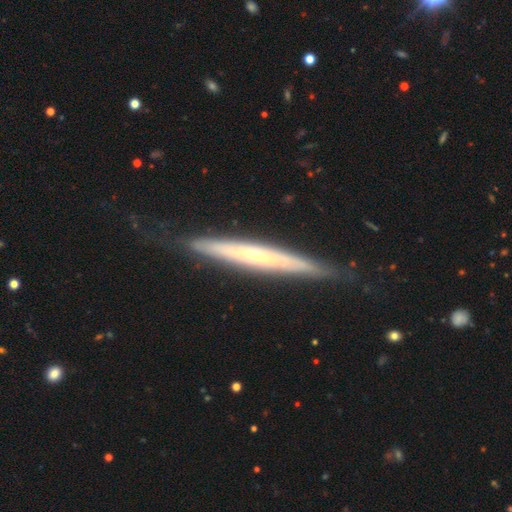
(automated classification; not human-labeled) Smooth or featured? Predicted: featured or disk (p=0.70). Edge-on disk? Predicted: yes (p=0.86). Edge-on bulge? Predicted: none (p=0.48). Merging? Predicted: none (p=0.79).